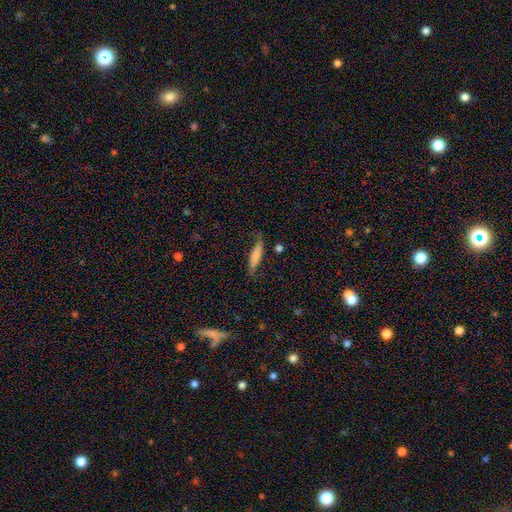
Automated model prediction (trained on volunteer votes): smooth 67%, featured or disk 27%, star or artifact 7%. Down the decision tree: how rounded — cigar-shaped (78%); merging — none (67%).